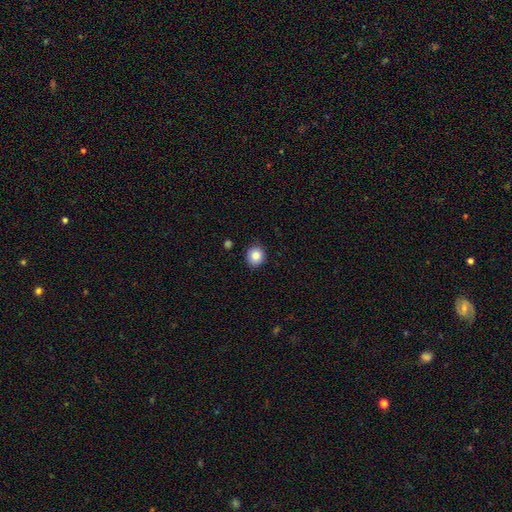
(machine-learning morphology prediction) Smooth or featured? smooth (86%)
How rounded? round (82%)
Merging? none (86%)